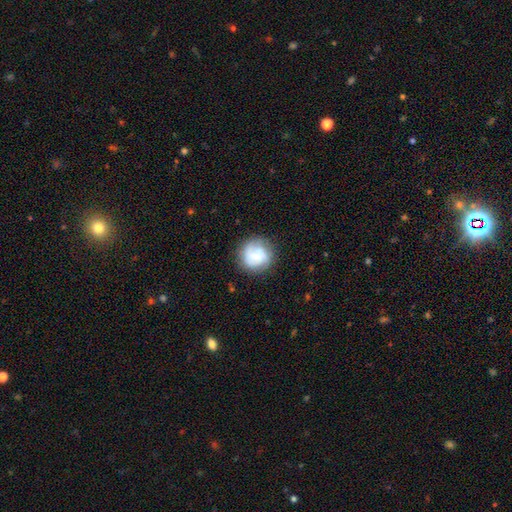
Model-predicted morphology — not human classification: Q: Smooth or featured?
A: smooth (57%); runner-up: featured or disk (35%)
Q: How rounded?
A: round (90%); runner-up: in between (9%)
Q: Merging?
A: none (73%); runner-up: minor disturbance (18%)